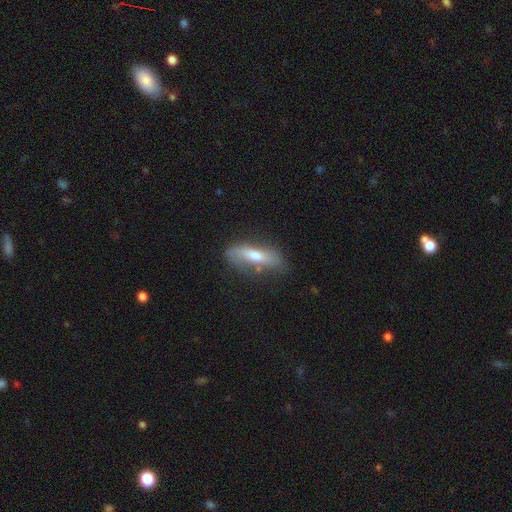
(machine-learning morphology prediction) smooth 53%, featured or disk 40%, star or artifact 7%. Down the decision tree: how rounded — cigar-shaped (52%); merging — none (58%).